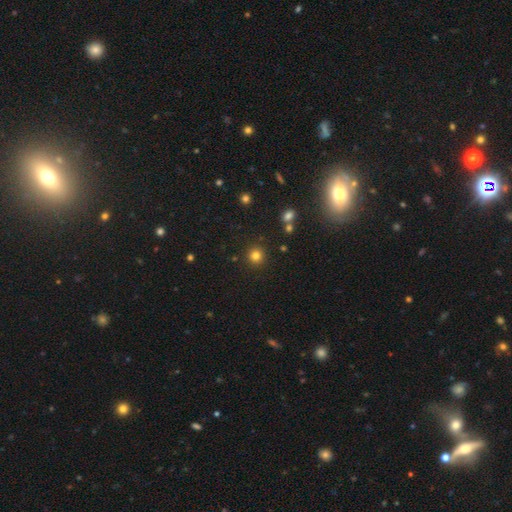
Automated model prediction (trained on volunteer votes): A smooth galaxy with no disk features (80%) that is round (94%).

Vote fractions:
- Smooth or featured? smooth: 80% / star or artifact: 14% / featured or disk: 6%
- How rounded? round: 94% / in between: 5% / cigar-shaped: 1%
- Merging? none: 90% / minor disturbance: 6% / merger: 2% / major disturbance: 2%